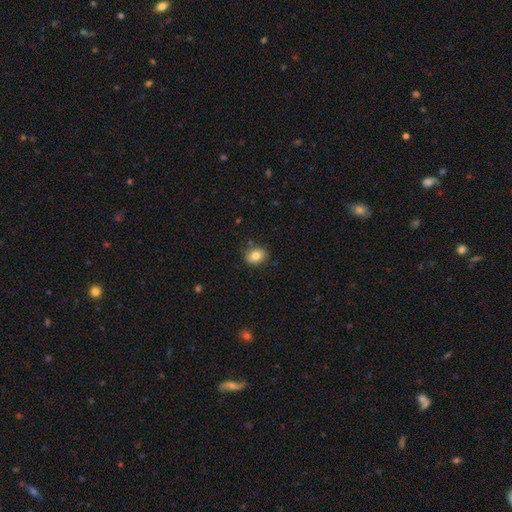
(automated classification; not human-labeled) A smooth galaxy with no disk features (81%) that is round (54%). Merging: none (85%).